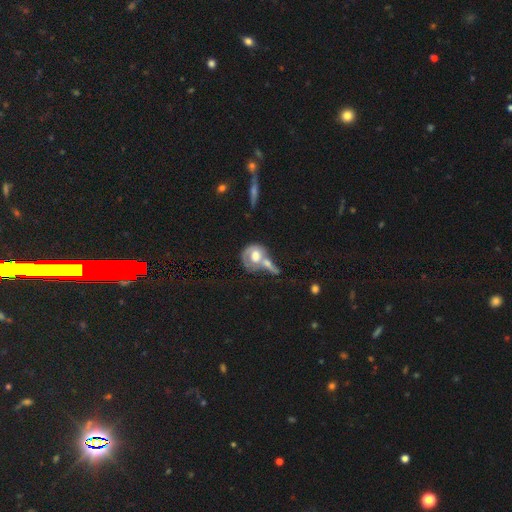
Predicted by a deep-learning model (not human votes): A featured or disk galaxy (51%).

Vote fractions:
- Smooth or featured? featured or disk: 51% / smooth: 41% / star or artifact: 7%
- Edge-on disk? no: 90% / yes: 10%
- Merging? merger: 60% / none: 18% / major disturbance: 12% / minor disturbance: 10%